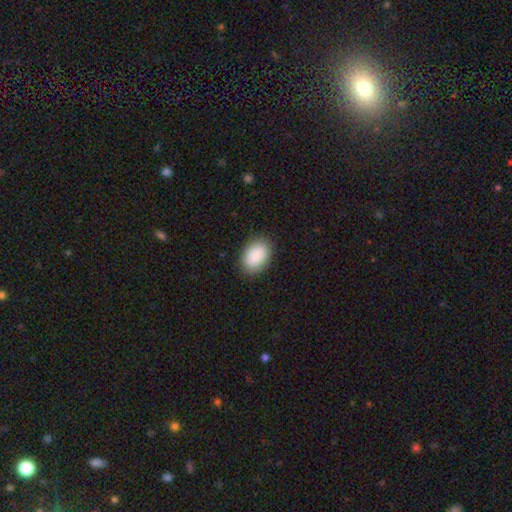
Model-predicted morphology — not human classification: smooth 90%, star or artifact 6%, featured or disk 4%. Down the decision tree: how rounded — in between (85%); merging — none (88%).